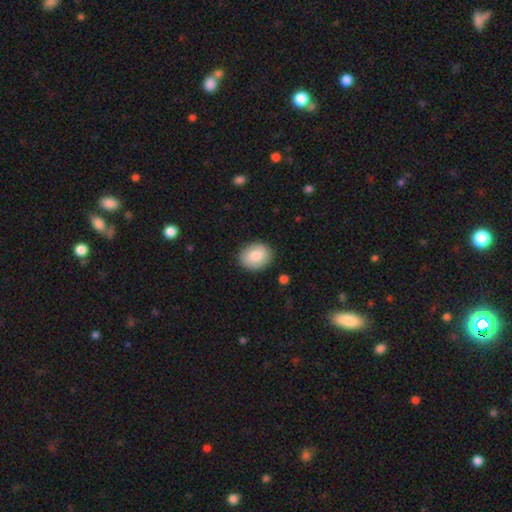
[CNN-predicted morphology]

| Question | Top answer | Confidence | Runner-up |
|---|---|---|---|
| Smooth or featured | smooth | 83% | featured or disk (10%) |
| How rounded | round | 50% | in between (49%) |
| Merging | none | 88% | minor disturbance (9%) |